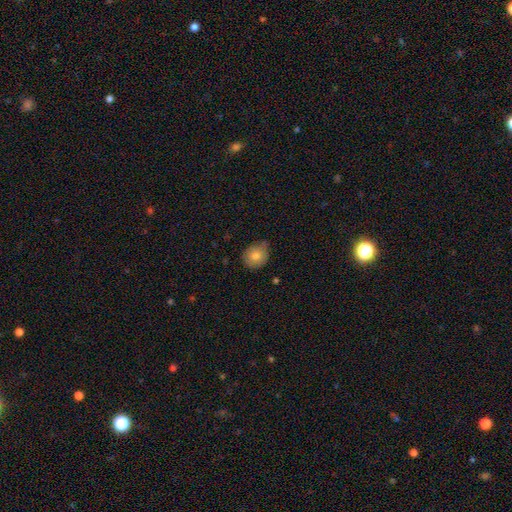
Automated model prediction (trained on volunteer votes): Q: Smooth or featured?
A: smooth (79%); runner-up: featured or disk (12%)
Q: How rounded?
A: round (70%); runner-up: in between (29%)
Q: Merging?
A: none (68%); runner-up: minor disturbance (26%)